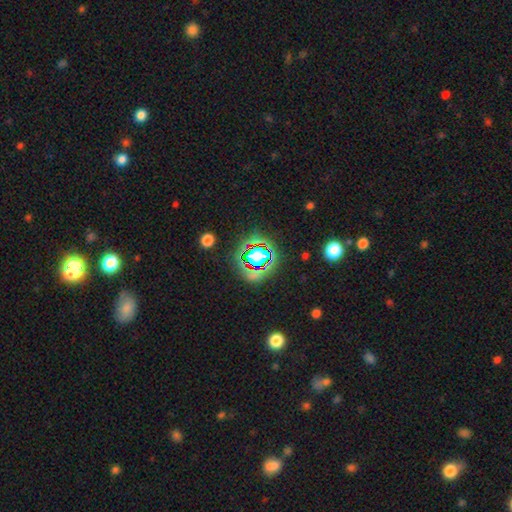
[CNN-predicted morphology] Q: Smooth or featured?
A: star or artifact (60%); runner-up: smooth (25%)